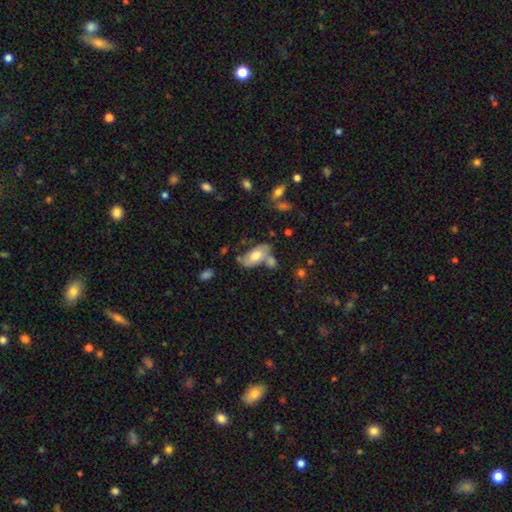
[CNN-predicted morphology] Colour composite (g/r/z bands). It shows a smooth galaxy with no disk features (62%) that is in between round and cigar-shaped (91%). Merging: none (50%).